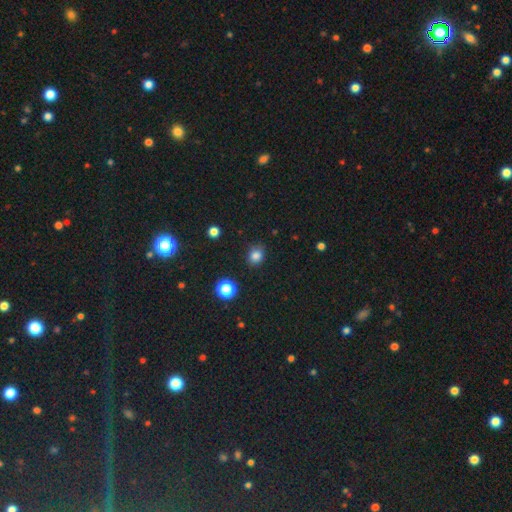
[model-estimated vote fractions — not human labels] smooth-or-featured: smooth: 82% | star or artifact: 14% | featured or disk: 4%
  how-rounded: round: 67% | in between: 32% | cigar-shaped: 1%
  merging: none: 83% | minor disturbance: 12% | major disturbance: 3% | merger: 2%